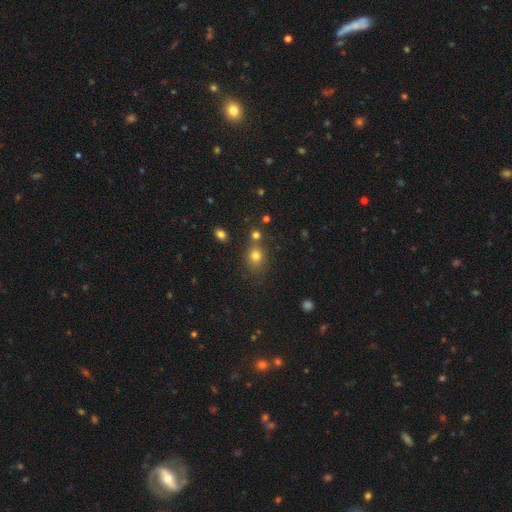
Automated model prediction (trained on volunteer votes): smooth-or-featured: smooth: 76% | star or artifact: 15% | featured or disk: 9%
  how-rounded: round: 64% | in between: 35% | cigar-shaped: 1%
  merging: none: 64% | merger: 18% | minor disturbance: 13% | major disturbance: 5%